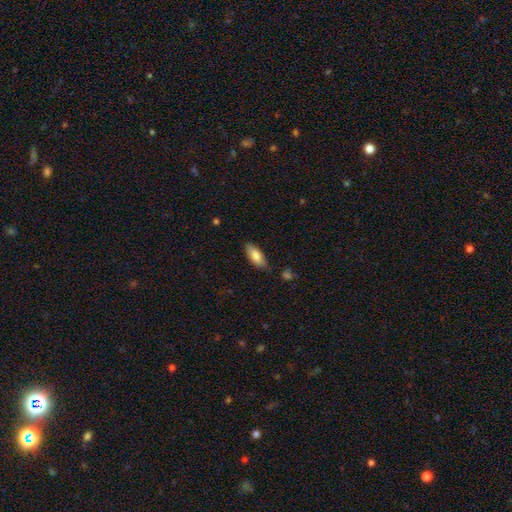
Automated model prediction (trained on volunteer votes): A smooth galaxy with no disk features (80%) that is in between round and cigar-shaped (77%). Merging: none (78%).